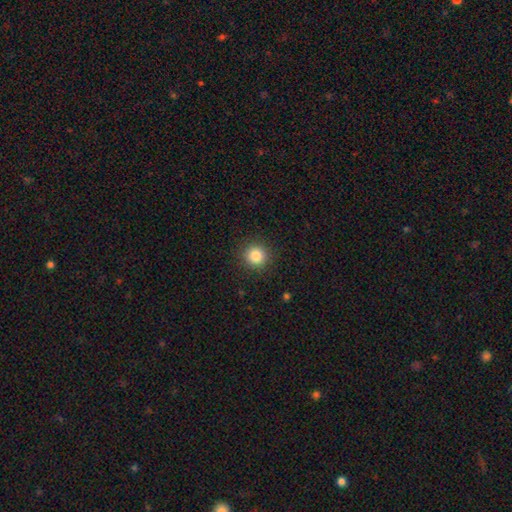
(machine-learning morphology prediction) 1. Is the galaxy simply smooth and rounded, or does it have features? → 84% smooth, 11% star or artifact, 5% featured or disk.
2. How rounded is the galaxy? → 94% round, 5% in between, 1% cigar-shaped.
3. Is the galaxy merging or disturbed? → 91% none, 6% minor disturbance, 2% major disturbance, 1% merger.